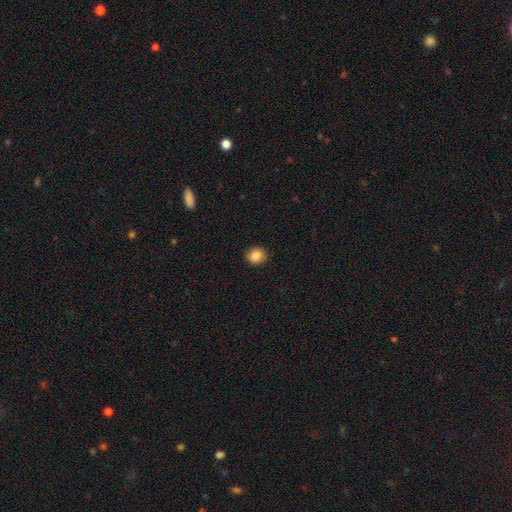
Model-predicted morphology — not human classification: smooth-or-featured: smooth: 87% | star or artifact: 9% | featured or disk: 4%
  how-rounded: round: 79% | in between: 20% | cigar-shaped: 1%
  merging: none: 89% | minor disturbance: 8% | major disturbance: 2% | merger: 1%